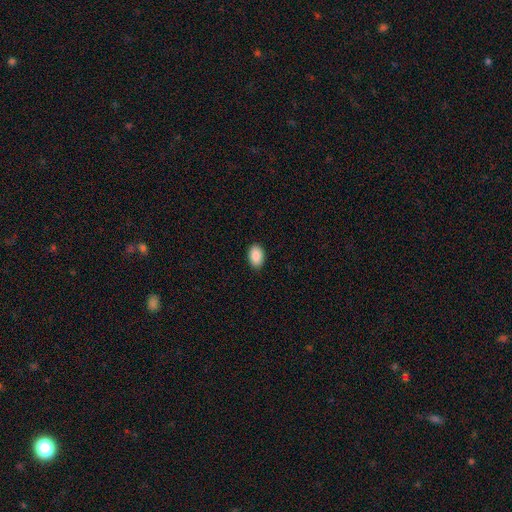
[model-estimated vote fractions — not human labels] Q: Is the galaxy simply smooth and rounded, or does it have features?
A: smooth — 90%.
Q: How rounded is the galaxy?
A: in between — 91%.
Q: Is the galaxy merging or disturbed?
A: none — 88%.